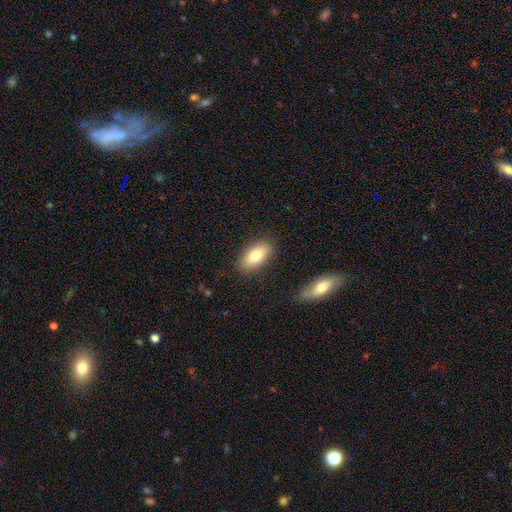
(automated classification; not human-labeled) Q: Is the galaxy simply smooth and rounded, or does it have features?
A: smooth — 78%.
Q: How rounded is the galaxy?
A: in between — 92%.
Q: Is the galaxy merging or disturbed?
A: none — 86%.